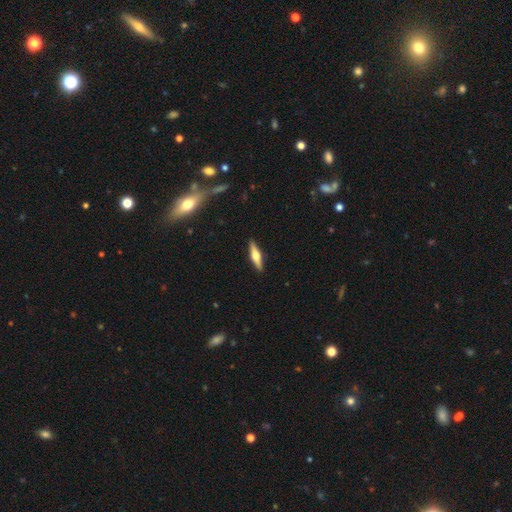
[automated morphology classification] The model was most divided on "smooth or featured": featured or disk: 58%, smooth: 36%, star or artifact: 5%. More confident: edge-on disk — yes (96%); edge-on bulge — rounded (93%); merging — none (90%).